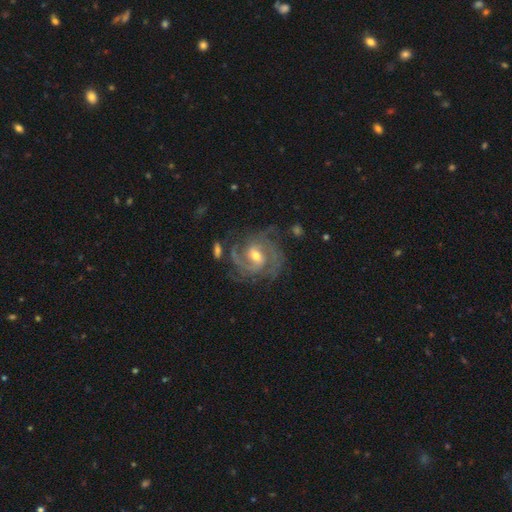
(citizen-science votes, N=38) Smooth or featured: featured or disk — 97% (smooth — 3%)
Edge-on disk: no — 100%
Bar: weak — 68% (no — 30%)
Spiral arms: yes — 97% (no — 3%)
Spiral winding: tight — 50% (medium — 44%)
Spiral arm count: 2 — 36% (can't tell — 25%)
Bulge size: moderate — 73% (small — 27%)
Merging: none — 68% (minor disturbance — 24%)